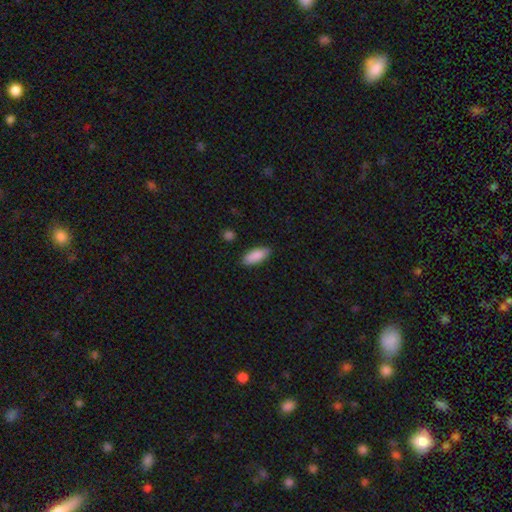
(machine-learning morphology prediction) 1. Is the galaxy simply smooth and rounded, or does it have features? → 89% smooth, 6% star or artifact, 5% featured or disk.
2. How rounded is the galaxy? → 80% in between, 18% cigar-shaped, 2% round.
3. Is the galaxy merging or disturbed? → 86% none, 11% minor disturbance, 2% major disturbance, 1% merger.